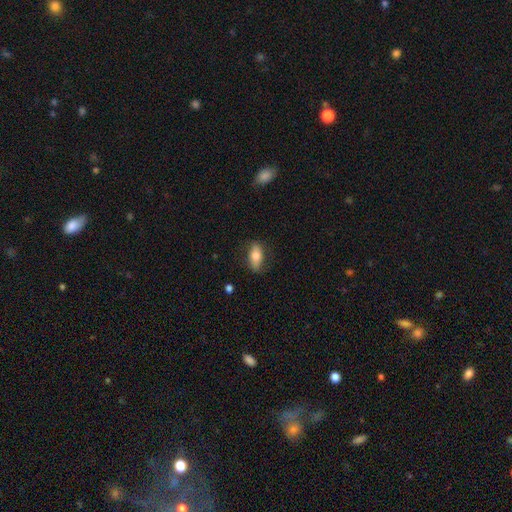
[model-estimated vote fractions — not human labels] Smooth or featured? smooth (74%)
How rounded? in between (82%)
Merging? none (77%)